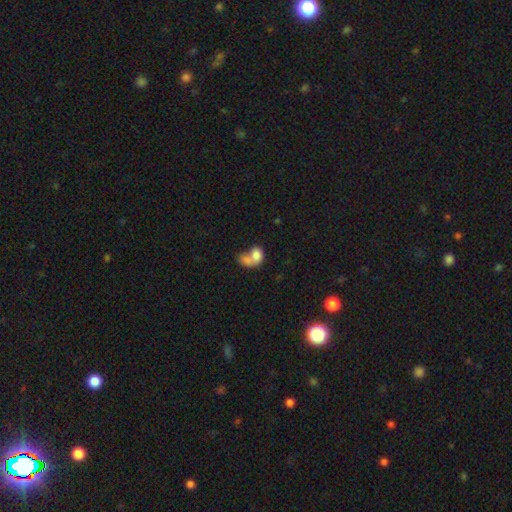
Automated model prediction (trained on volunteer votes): This is likely a smooth galaxy (74%). How rounded: likely in between (69%). Merging: likely merger (69%).